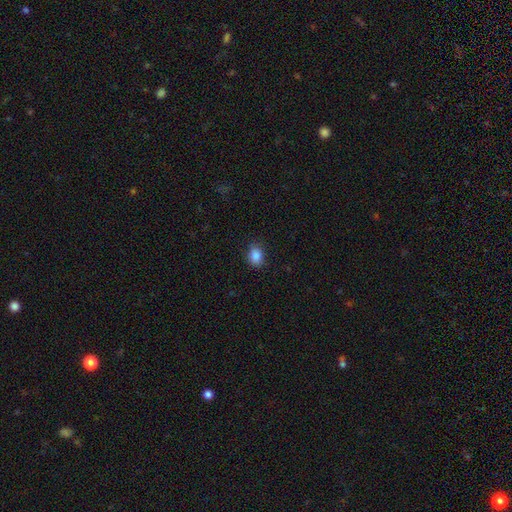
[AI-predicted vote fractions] This is clearly a smooth galaxy (87%). How rounded: possibly in between (57%). Merging: clearly none (84%).